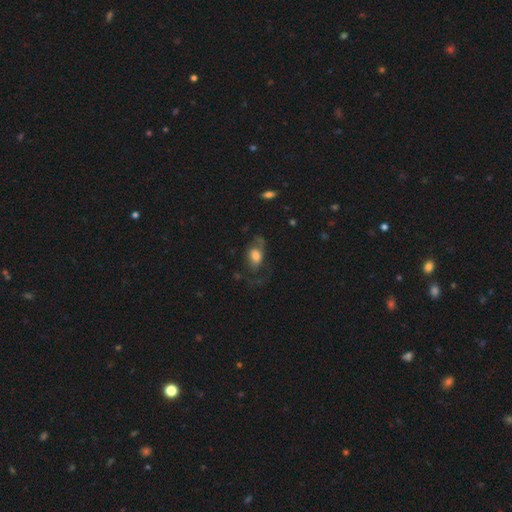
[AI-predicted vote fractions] smooth_or_featured: smooth (p=0.57) [alt: featured or disk p=0.35]
how_rounded: in between (p=0.82) [alt: round p=0.15]
merging: none (p=0.39) [alt: major disturbance p=0.36]